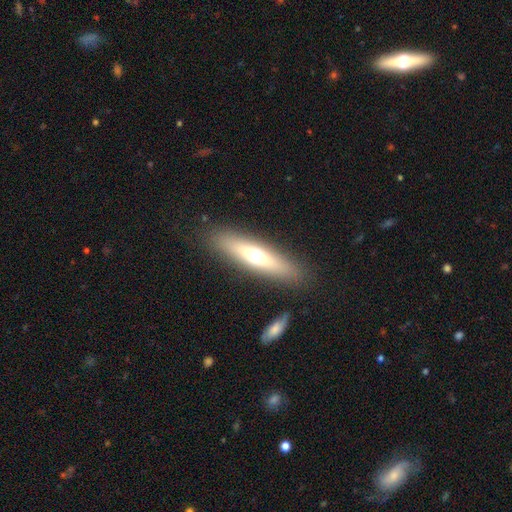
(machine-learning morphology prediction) type=smooth (52%); roundness=cigar-shaped (73%); merging=none (87%).